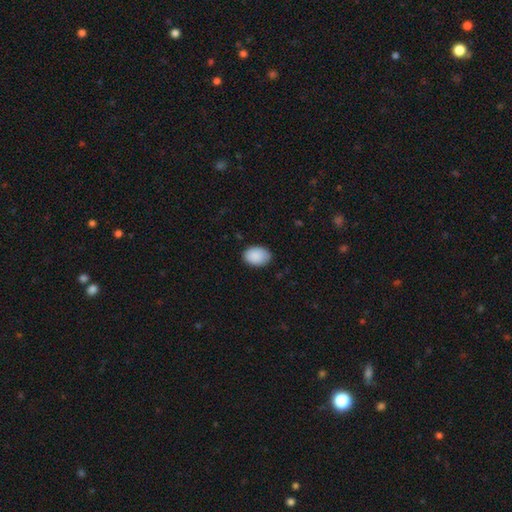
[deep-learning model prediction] Smooth or featured? smooth (90%)
How rounded? in between (84%)
Merging? none (84%)